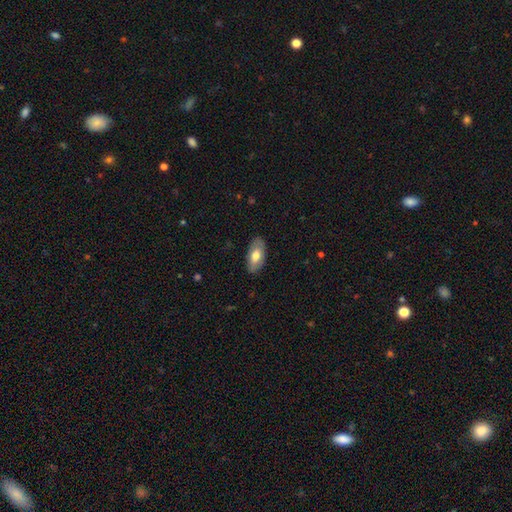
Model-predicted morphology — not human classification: A smooth galaxy with no disk features (65%) that is in between round and cigar-shaped (93%). Merging: none (84%).